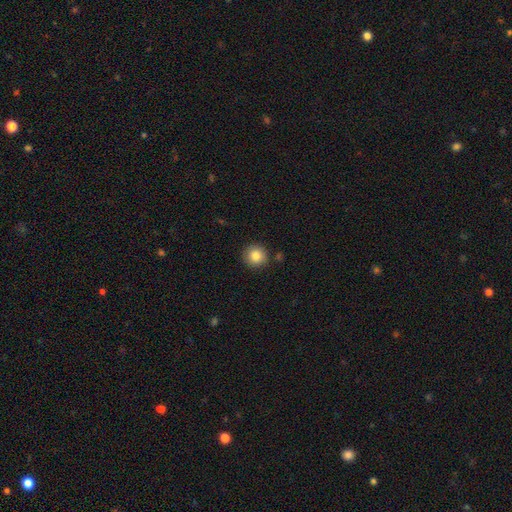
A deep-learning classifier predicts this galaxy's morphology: Smooth or featured? smooth (84%)
How rounded? round (94%)
Merging? none (88%)